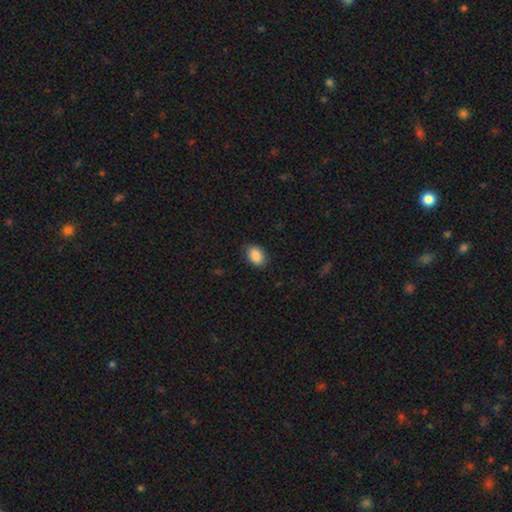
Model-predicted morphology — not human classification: smooth_or_featured: smooth (p=0.89) [alt: star or artifact p=0.07]
how_rounded: in between (p=0.84) [alt: round p=0.15]
merging: none (p=0.86) [alt: minor disturbance p=0.10]